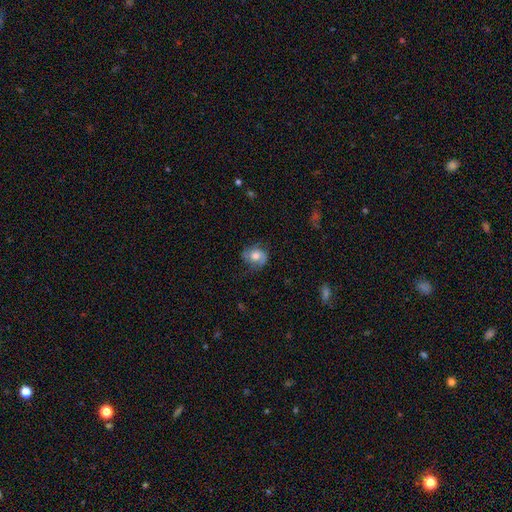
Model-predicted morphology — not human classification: Q: Smooth or featured?
A: smooth (49%); runner-up: featured or disk (43%)
Q: Merging?
A: none (65%); runner-up: minor disturbance (23%)